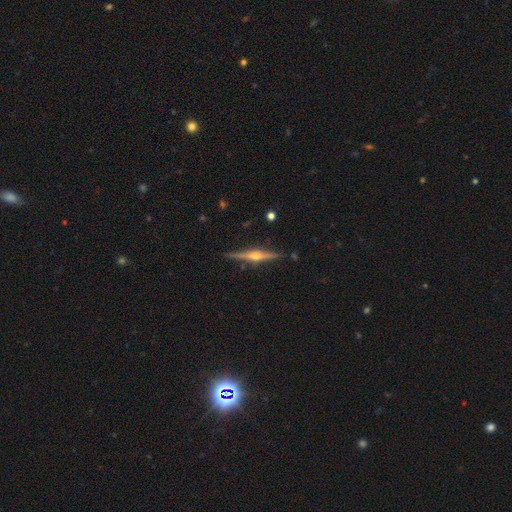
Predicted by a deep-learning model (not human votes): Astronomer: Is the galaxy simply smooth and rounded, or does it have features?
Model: featured or disk — 83%.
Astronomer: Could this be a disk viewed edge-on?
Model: yes — 98%.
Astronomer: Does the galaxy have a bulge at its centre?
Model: rounded — 94%.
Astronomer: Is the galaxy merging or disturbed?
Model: none — 89%.